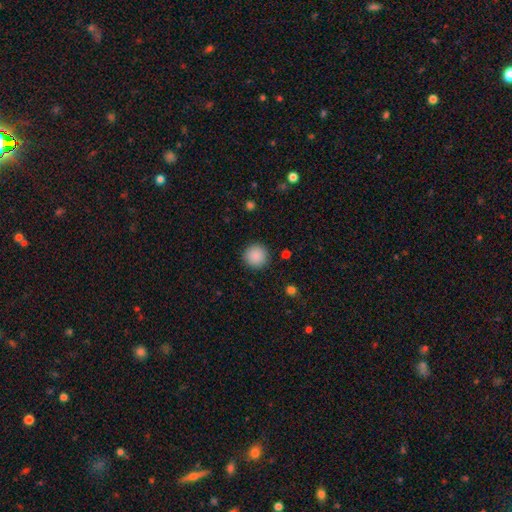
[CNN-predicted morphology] smooth_or_featured: smooth (p=0.89) [alt: star or artifact p=0.08]
how_rounded: round (p=0.95) [alt: in between p=0.04]
merging: none (p=0.91) [alt: minor disturbance p=0.06]